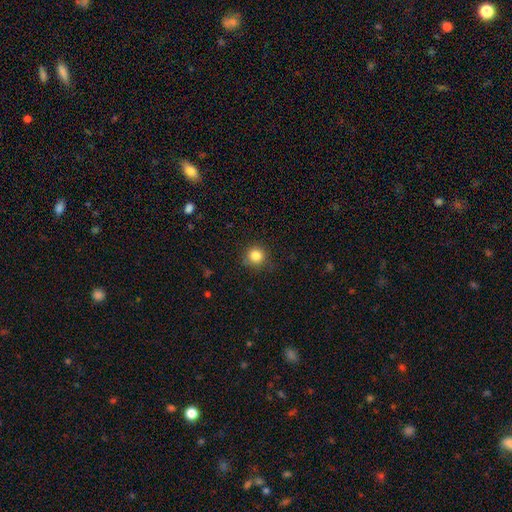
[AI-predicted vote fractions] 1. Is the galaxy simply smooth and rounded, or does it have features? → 84% smooth, 11% star or artifact, 5% featured or disk.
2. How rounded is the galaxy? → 93% round, 6% in between, 1% cigar-shaped.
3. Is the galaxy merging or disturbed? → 85% none, 11% minor disturbance, 3% major disturbance, 1% merger.